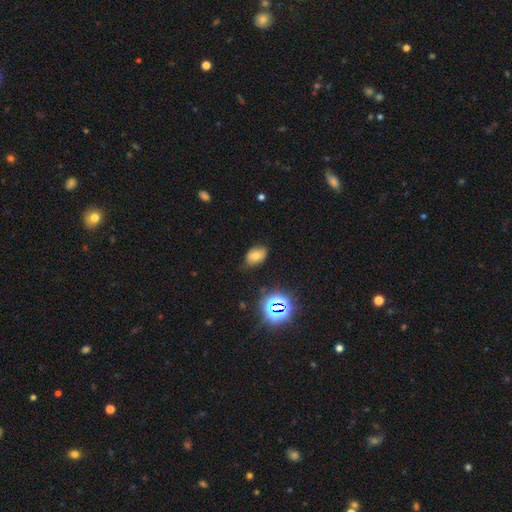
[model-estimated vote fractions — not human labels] Smooth or featured? smooth (64%)
How rounded? in between (85%)
Merging? none (71%)